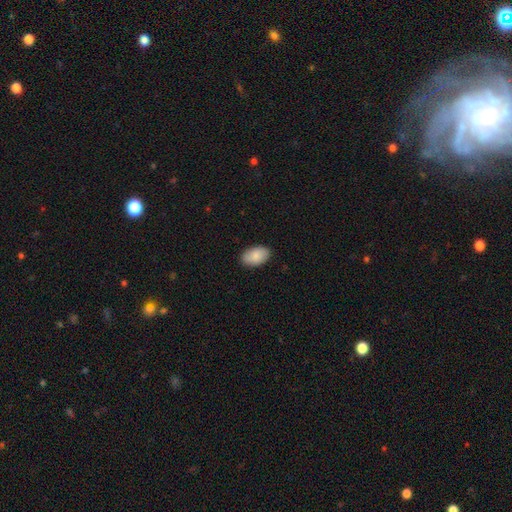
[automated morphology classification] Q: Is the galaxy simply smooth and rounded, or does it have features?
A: smooth — 87%.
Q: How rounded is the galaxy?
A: in between — 93%.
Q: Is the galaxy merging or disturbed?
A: none — 87%.